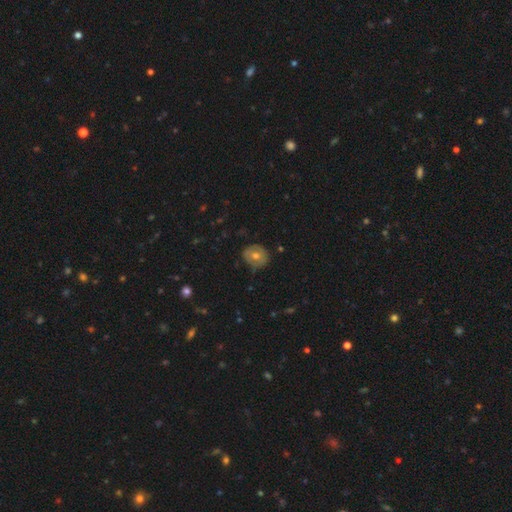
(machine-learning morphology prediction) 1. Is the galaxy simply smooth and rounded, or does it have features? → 53% smooth, 37% featured or disk, 10% star or artifact.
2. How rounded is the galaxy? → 76% round, 23% in between, 1% cigar-shaped.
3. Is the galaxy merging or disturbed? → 76% none, 19% minor disturbance, 4% major disturbance, 1% merger.